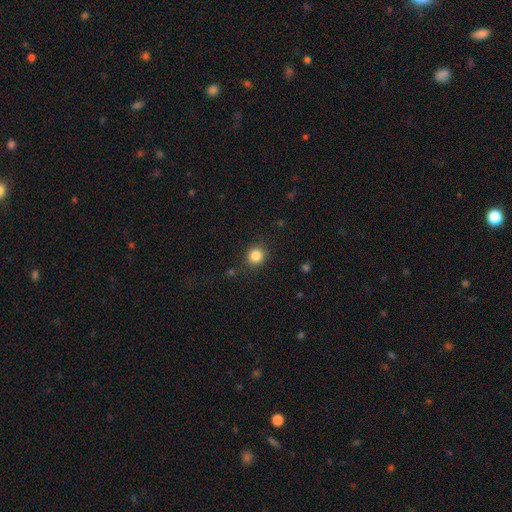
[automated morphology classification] This is clearly a smooth galaxy (84%). How rounded: clearly round (88%). Merging: clearly none (87%).